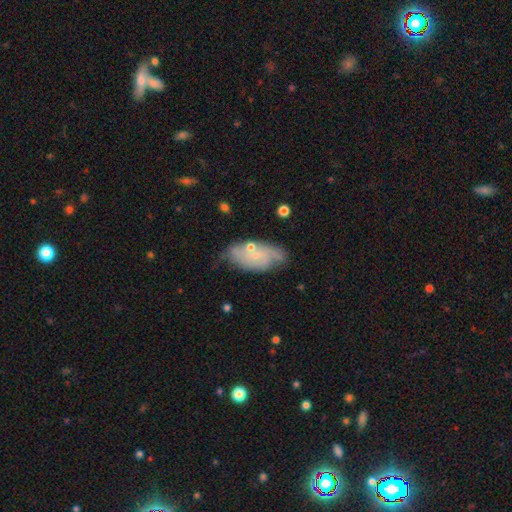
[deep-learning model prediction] Smooth or featured? featured or disk (60%)
Edge-on disk? no (92%)
Bar? no (73%)
Spiral arms? yes (76%)
Bulge size? small (73%)
Merging? none (59%)